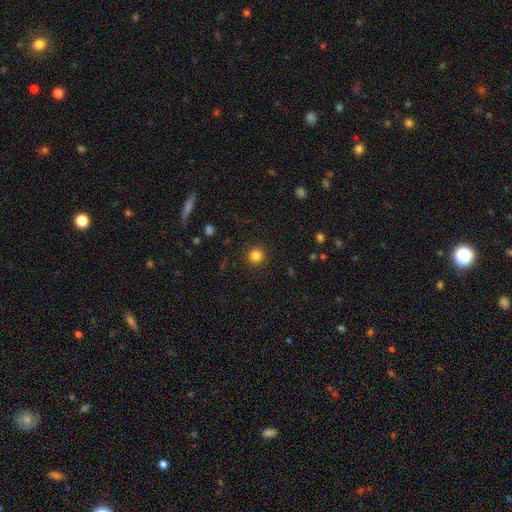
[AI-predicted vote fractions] Overall: smooth (84%). How rounded: round (95%). Merging: none (91%).